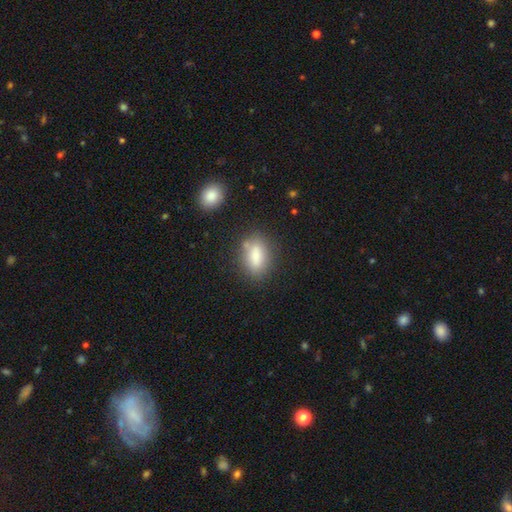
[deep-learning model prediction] Smooth or featured? Predicted: smooth (p=0.81). How rounded? Predicted: in between (p=0.85). Merging? Predicted: none (p=0.73).